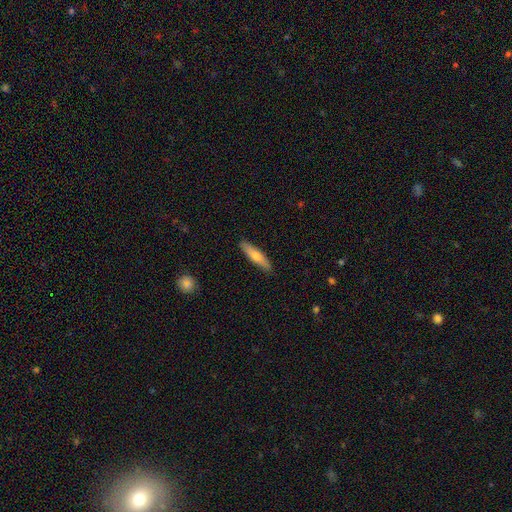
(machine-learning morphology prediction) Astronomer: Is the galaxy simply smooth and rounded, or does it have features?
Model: smooth — 62%.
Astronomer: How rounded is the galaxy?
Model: cigar-shaped — 81%.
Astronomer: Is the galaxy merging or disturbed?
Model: none — 90%.